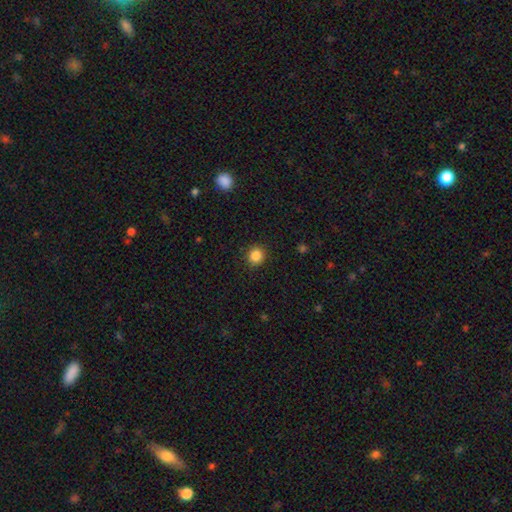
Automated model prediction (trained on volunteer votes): smooth_or_featured: smooth (p=0.86) [alt: star or artifact p=0.10]
how_rounded: round (p=0.89) [alt: in between p=0.10]
merging: none (p=0.91) [alt: minor disturbance p=0.06]